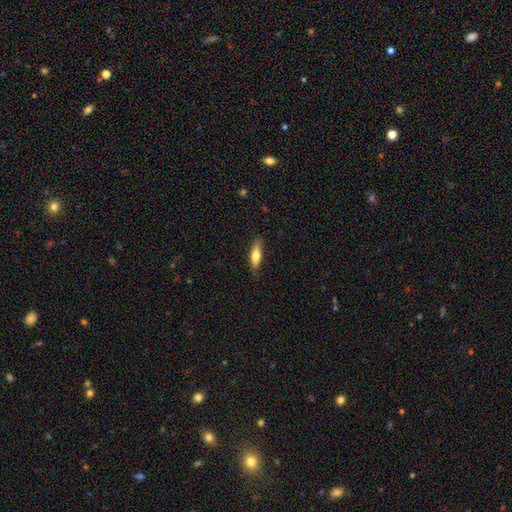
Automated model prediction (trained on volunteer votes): The model was most divided on "how rounded": cigar-shaped: 51%, in between: 47%, round: 2%. More confident: merging — none (83%); smooth or featured — smooth (73%).